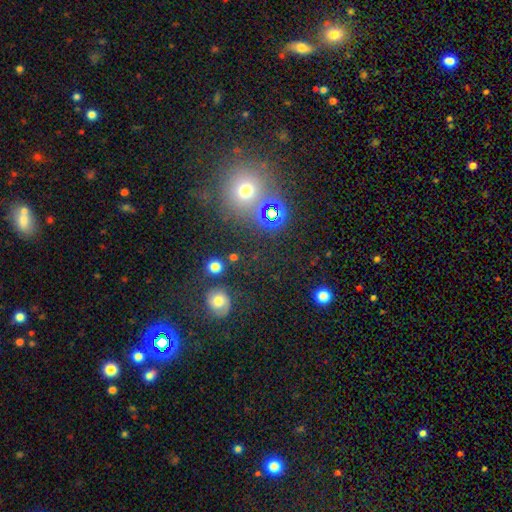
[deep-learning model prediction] Morphology: type=smooth (52%); roundness=round (86%); merging=none (67%).